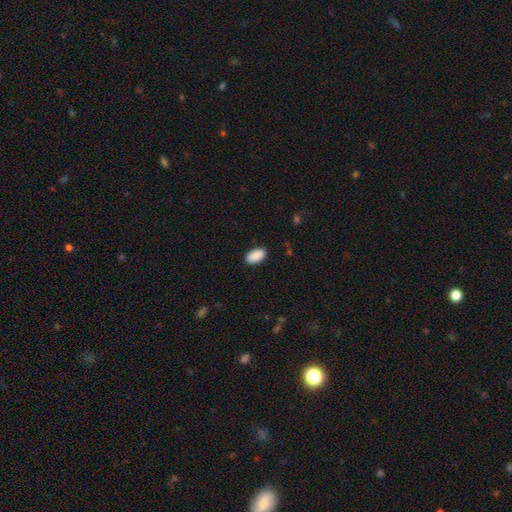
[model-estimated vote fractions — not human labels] Morphology: type=smooth (91%); roundness=in between (95%); merging=none (89%).